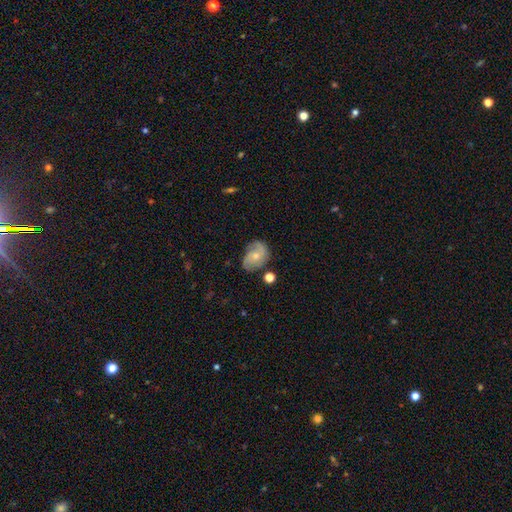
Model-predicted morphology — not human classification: smooth_or_featured: featured or disk (p=0.64) [alt: smooth p=0.28]
disk_edge_on: no (p=0.97) [alt: yes p=0.03]
bar: no (p=0.69) [alt: weak p=0.27]
has_spiral_arms: yes (p=0.90) [alt: no p=0.10]
spiral_winding: medium (p=0.44) [alt: loose p=0.29]
spiral_arm_count: 2 (p=0.63) [alt: can't tell p=0.14]
bulge_size: small (p=0.56) [alt: moderate p=0.38]
merging: none (p=0.64) [alt: minor disturbance p=0.23]